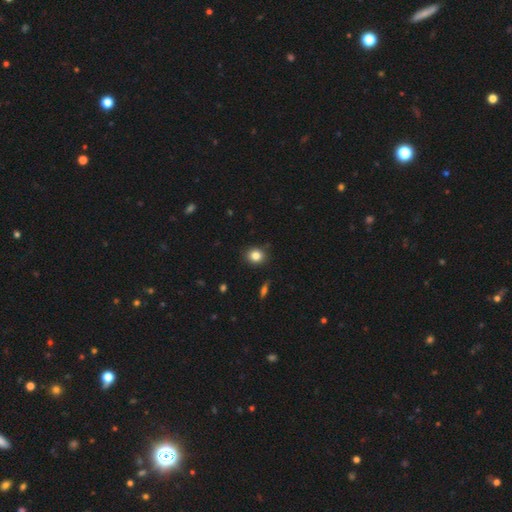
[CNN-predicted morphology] Q: Smooth or featured?
A: smooth (83%); runner-up: star or artifact (11%)
Q: How rounded?
A: round (75%); runner-up: in between (24%)
Q: Merging?
A: none (88%); runner-up: minor disturbance (9%)